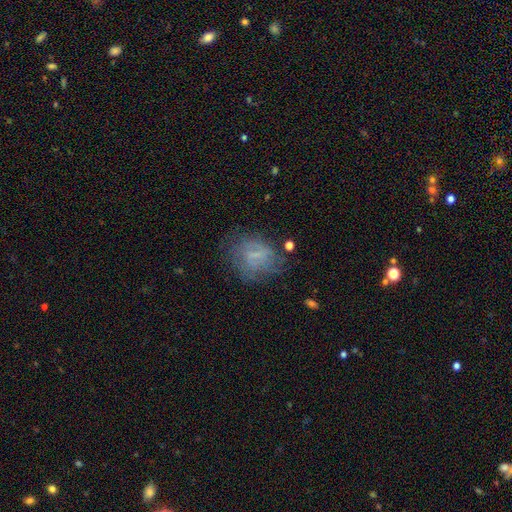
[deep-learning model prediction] smooth_or_featured: featured or disk (p=0.46) [alt: smooth p=0.41]
merging: none (p=0.58) [alt: minor disturbance p=0.22]